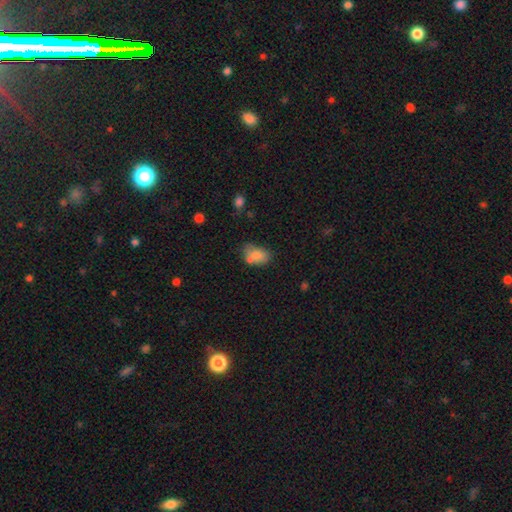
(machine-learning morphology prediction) Overall: smooth (76%). How rounded: in between (84%). Merging: none (48%; minor disturbance 23%).